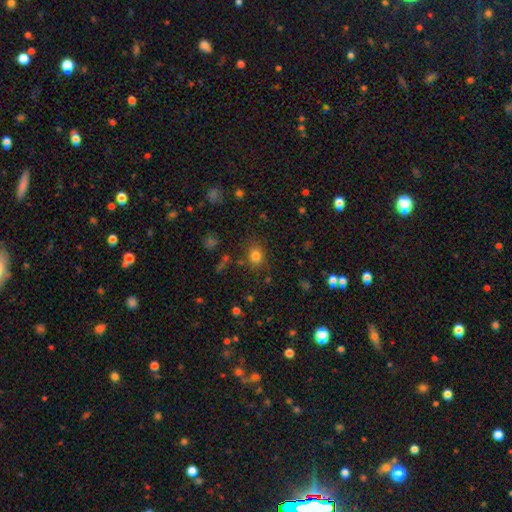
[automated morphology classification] The model was most divided on "how rounded": in between: 50%, round: 49%, cigar-shaped: 1%. More confident: smooth or featured — smooth (79%); merging — none (79%).